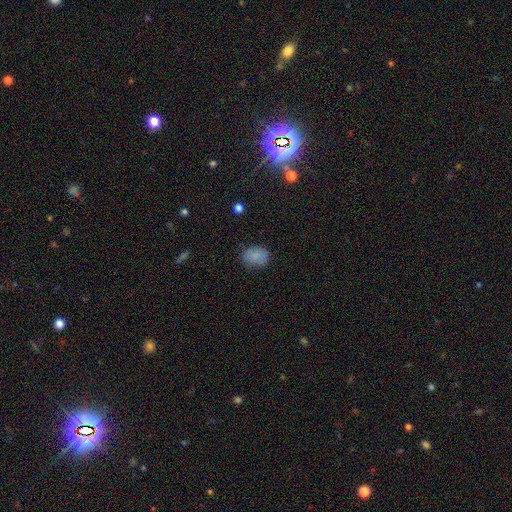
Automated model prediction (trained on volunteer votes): Overall: smooth (81%). How rounded: in between (69%; round 30%). Merging: none (74%).